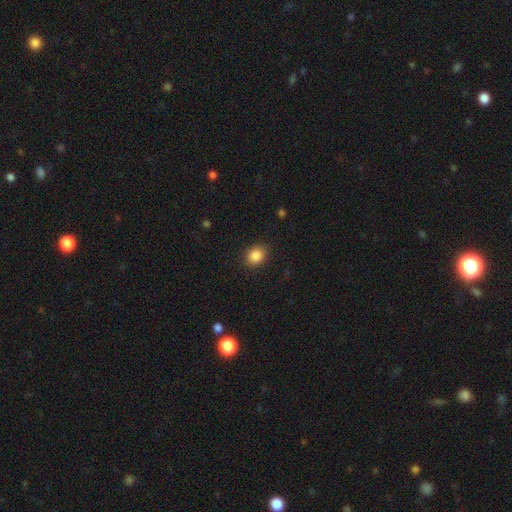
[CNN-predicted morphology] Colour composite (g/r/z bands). It shows a smooth galaxy with no disk features (86%) that is round (56%). Merging: none (88%).